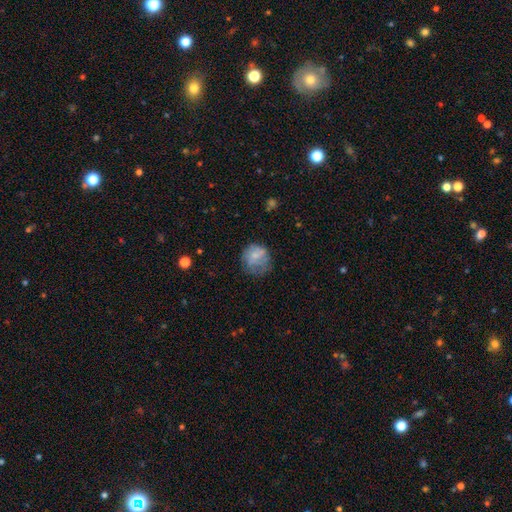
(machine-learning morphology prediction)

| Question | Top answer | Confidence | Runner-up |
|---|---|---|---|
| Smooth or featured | smooth | 68% | featured or disk (23%) |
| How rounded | round | 79% | in between (20%) |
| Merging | none | 49% | minor disturbance (28%) |